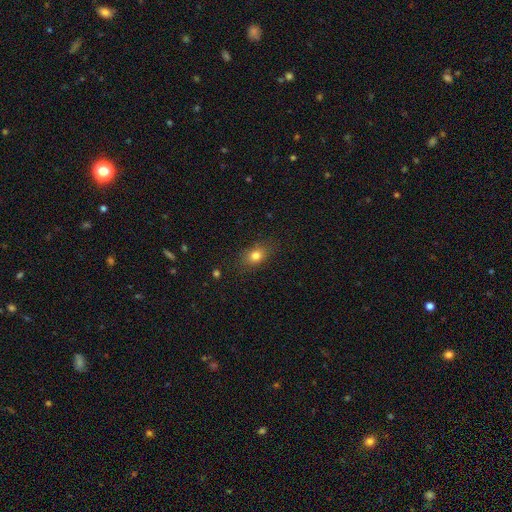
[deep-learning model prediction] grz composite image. It shows a smooth galaxy with no disk features (79%) that is in between round and cigar-shaped (63%). Merging: none (81%).